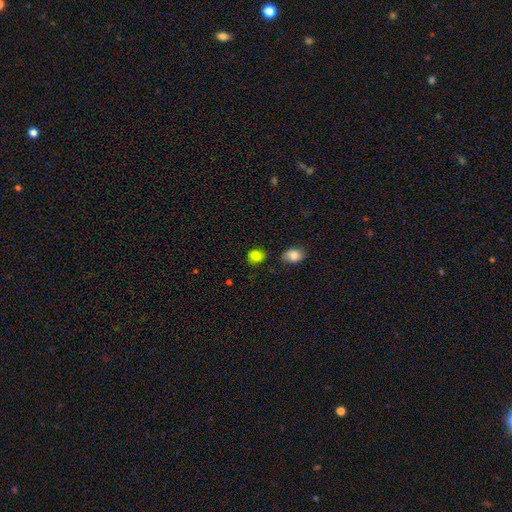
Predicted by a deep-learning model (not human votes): Smooth or featured? Predicted: smooth (p=0.85). How rounded? Predicted: round (p=0.70). Merging? Predicted: none (p=0.78).